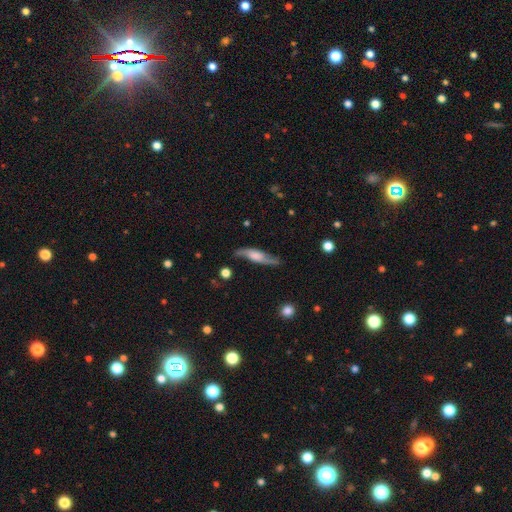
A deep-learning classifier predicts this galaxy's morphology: A featured or disk galaxy (67%).

Vote fractions:
- Smooth or featured? featured or disk: 67% / smooth: 26% / star or artifact: 6%
- Edge-on disk? no: 55% / yes: 45%
- Merging? none: 74% / minor disturbance: 18% / major disturbance: 5% / merger: 2%